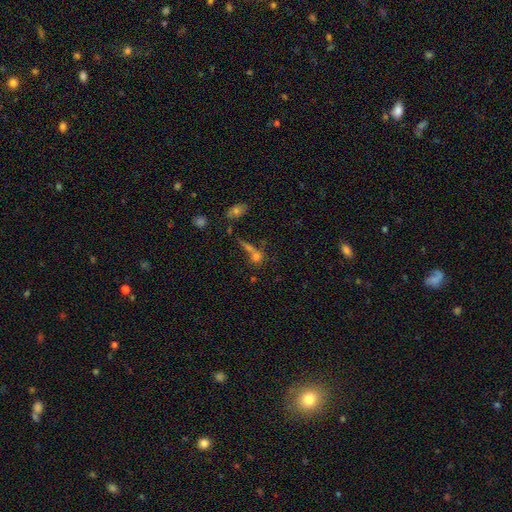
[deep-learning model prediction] smooth-or-featured: smooth: 57% | star or artifact: 25% | featured or disk: 18%
  how-rounded: round: 72% | in between: 20% | cigar-shaped: 8%
  merging: none: 47% | merger: 36% | minor disturbance: 10% | major disturbance: 8%